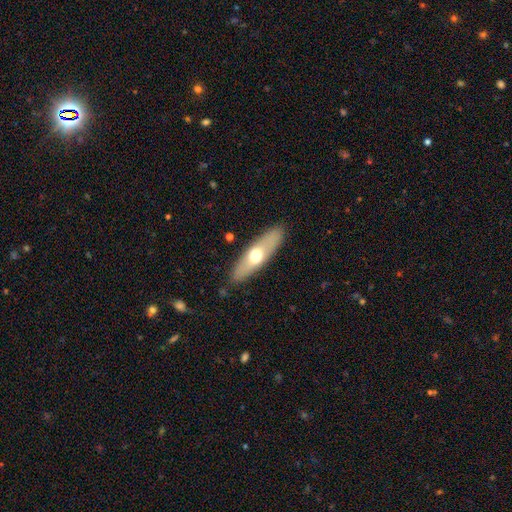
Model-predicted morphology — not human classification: A smooth galaxy with no disk features (55%) that is cigar-shaped (56%). Merging: none (87%).